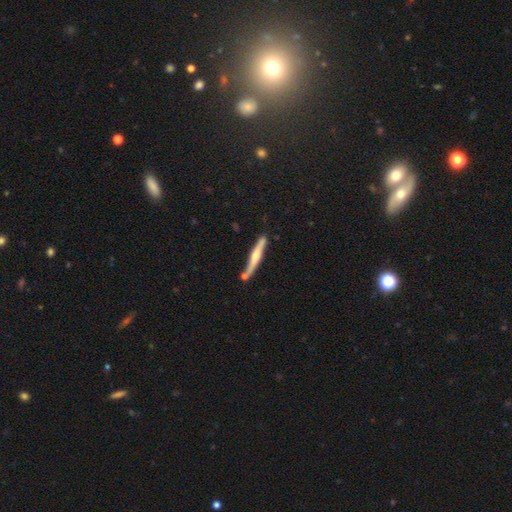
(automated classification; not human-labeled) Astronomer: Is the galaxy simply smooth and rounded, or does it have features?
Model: featured or disk — 51% (runner-up: smooth, 43%).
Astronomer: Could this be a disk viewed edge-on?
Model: yes — 95%.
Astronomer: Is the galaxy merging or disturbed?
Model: none — 70%.